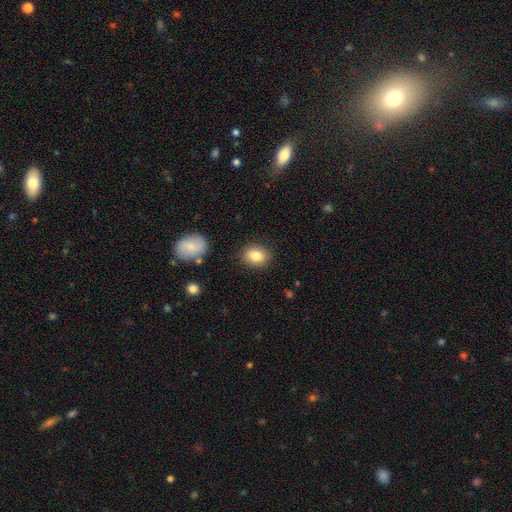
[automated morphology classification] A smooth galaxy with no disk features (83%) that is in between round and cigar-shaped (57%).

Vote fractions:
- Smooth or featured? smooth: 83% / star or artifact: 9% / featured or disk: 8%
- How rounded? in between: 57% / round: 41% / cigar-shaped: 1%
- Merging? none: 86% / minor disturbance: 9% / major disturbance: 3% / merger: 2%